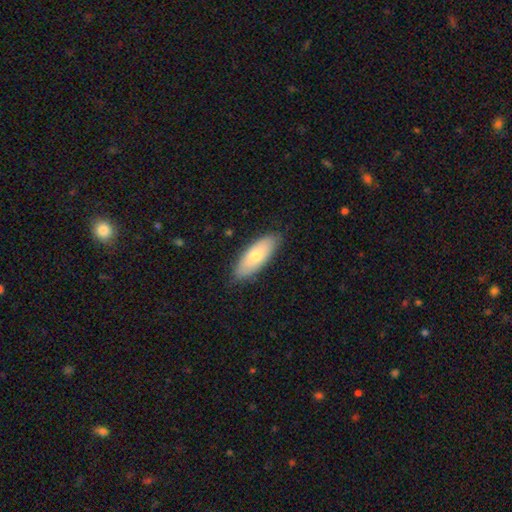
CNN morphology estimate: type=smooth (71%); roundness=in between (73%); merging=none (86%).